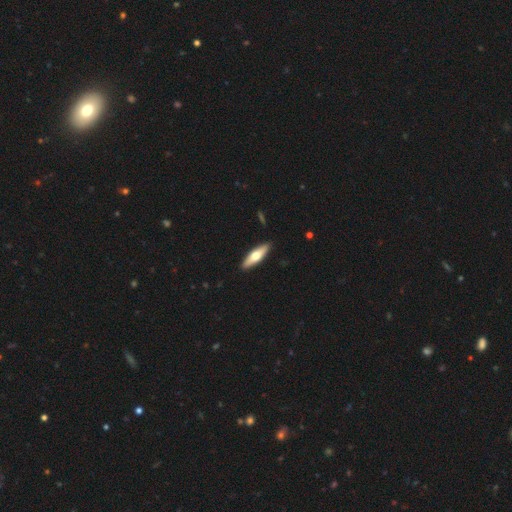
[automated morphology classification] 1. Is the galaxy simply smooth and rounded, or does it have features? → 50% smooth, 45% featured or disk, 5% star or artifact.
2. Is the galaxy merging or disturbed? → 91% none, 7% minor disturbance, 1% major disturbance, 1% merger.